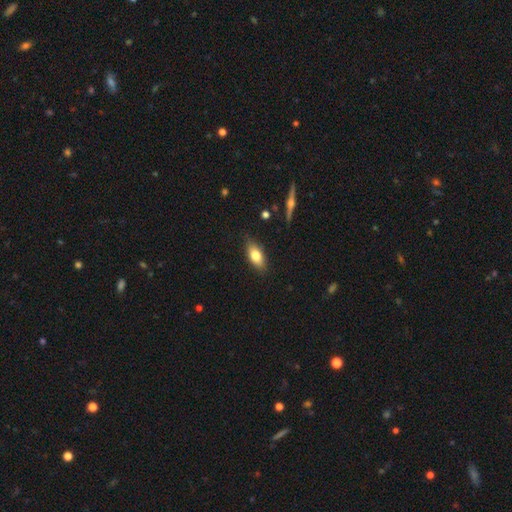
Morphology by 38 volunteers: Volunteers were most divided on "smooth or featured": smooth: 58%, featured or disk: 32%, star or artifact: 11%. More confident: merging — none (85%); how rounded — in between (77%).